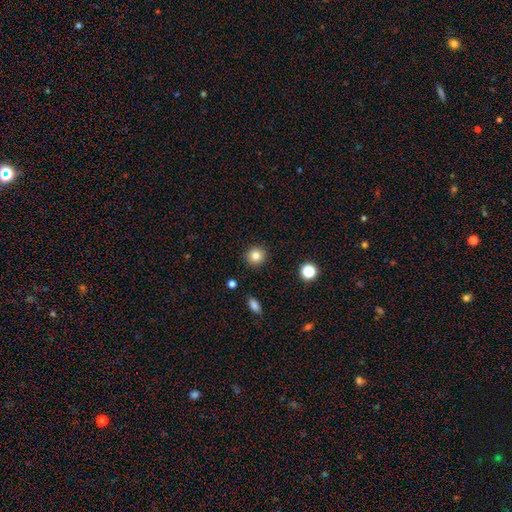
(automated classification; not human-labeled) A smooth galaxy with no disk features (83%) that is round (92%). Merging: none (91%).